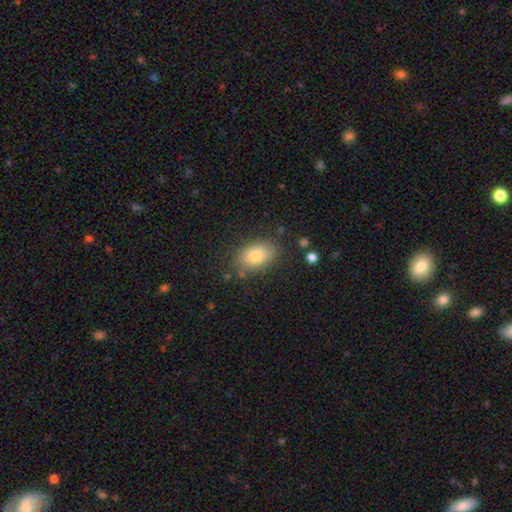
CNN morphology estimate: smooth-or-featured: smooth: 80% | featured or disk: 12% | star or artifact: 8%
  how-rounded: in between: 88% | round: 11% | cigar-shaped: 2%
  merging: none: 80% | minor disturbance: 14% | major disturbance: 4% | merger: 2%